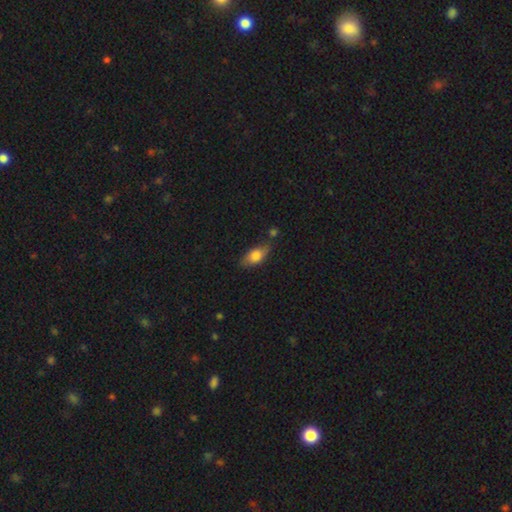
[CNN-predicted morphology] Smooth or featured?
  - smooth: 74% *
  - featured or disk: 19%
  - star or artifact: 7%
How rounded?
  - in between: 83% *
  - cigar-shaped: 12%
  - round: 5%
Merging?
  - none: 66% *
  - minor disturbance: 22%
  - merger: 7%
  - major disturbance: 5%